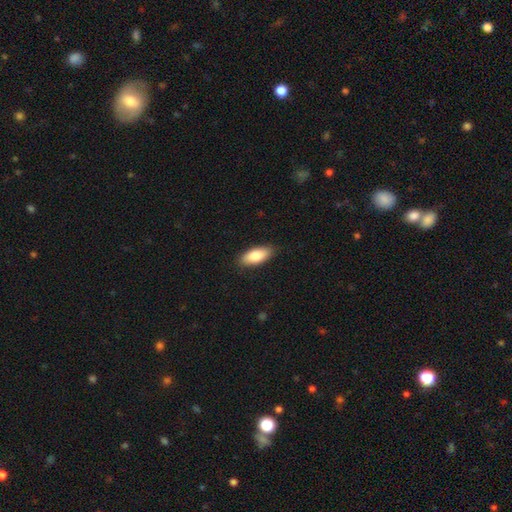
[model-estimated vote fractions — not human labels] smooth-or-featured: smooth: 83% | featured or disk: 11% | star or artifact: 6%
  how-rounded: in between: 83% | cigar-shaped: 15% | round: 2%
  merging: none: 87% | minor disturbance: 10% | major disturbance: 2% | merger: 1%